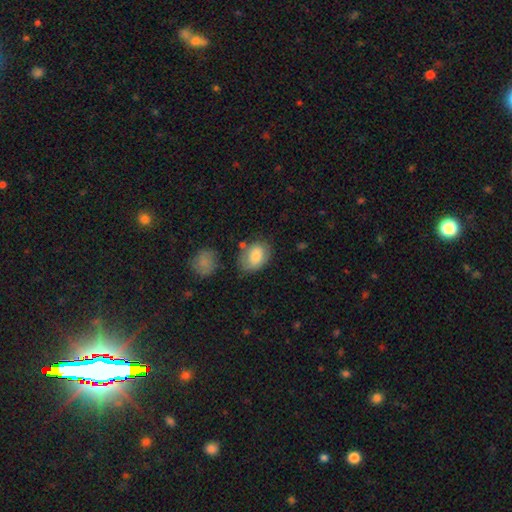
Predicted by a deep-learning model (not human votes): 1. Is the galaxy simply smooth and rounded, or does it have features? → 82% smooth, 10% featured or disk, 7% star or artifact.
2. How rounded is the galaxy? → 76% in between, 23% round, 1% cigar-shaped.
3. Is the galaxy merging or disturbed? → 64% none, 22% minor disturbance, 7% merger, 7% major disturbance.